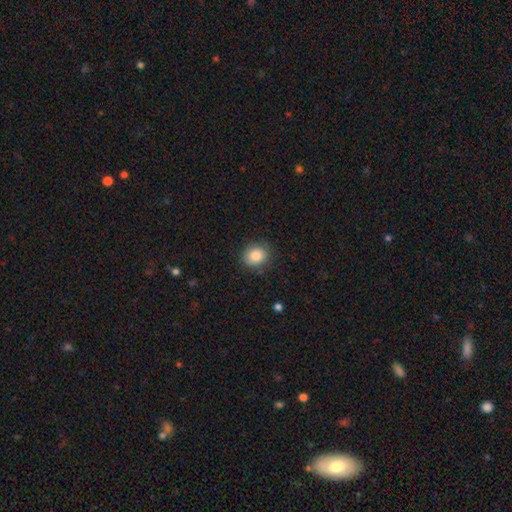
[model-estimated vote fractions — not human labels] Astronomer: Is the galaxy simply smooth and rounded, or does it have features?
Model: smooth — 84%.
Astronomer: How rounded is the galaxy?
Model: round — 71%.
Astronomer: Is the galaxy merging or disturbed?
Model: none — 83%.